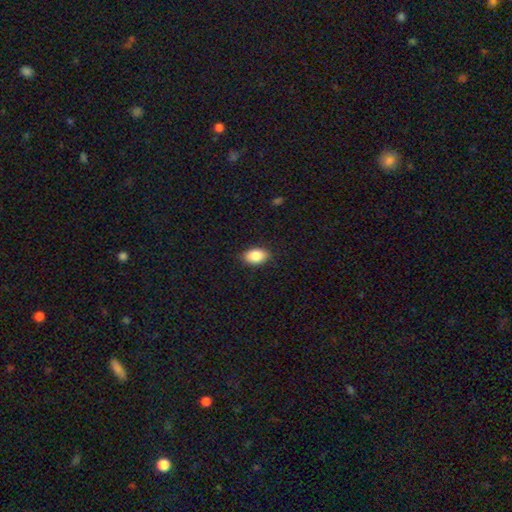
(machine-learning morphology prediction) This appears to be a smooth galaxy with no disk features (87%) that is in between round and cigar-shaped (88%). Merging: none (86%).